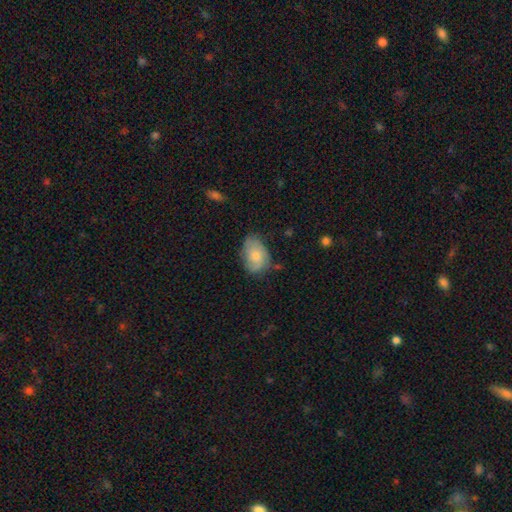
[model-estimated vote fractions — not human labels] The model was most divided on "merging": none: 58%, minor disturbance: 31%, major disturbance: 8%, merger: 3%. More confident: how rounded — in between (80%); smooth or featured — smooth (69%).